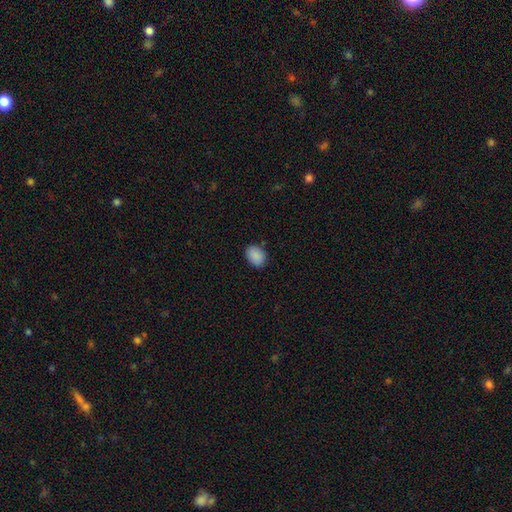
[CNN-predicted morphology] type=smooth (89%); roundness=in between (72%); merging=none (84%).